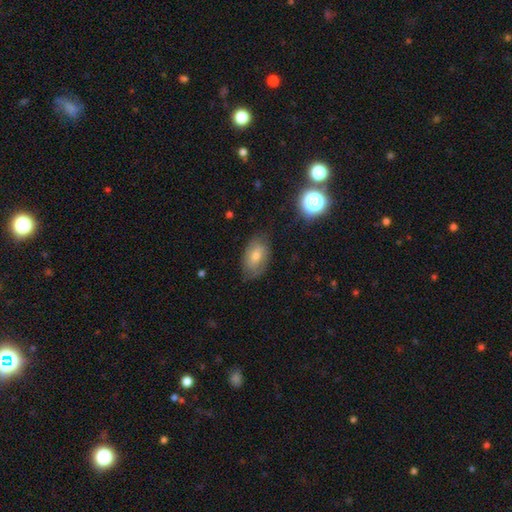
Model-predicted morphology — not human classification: Smooth or featured: smooth — 59% (featured or disk — 29%)
How rounded: in between — 87% (round — 11%)
Merging: none — 73% (minor disturbance — 20%)